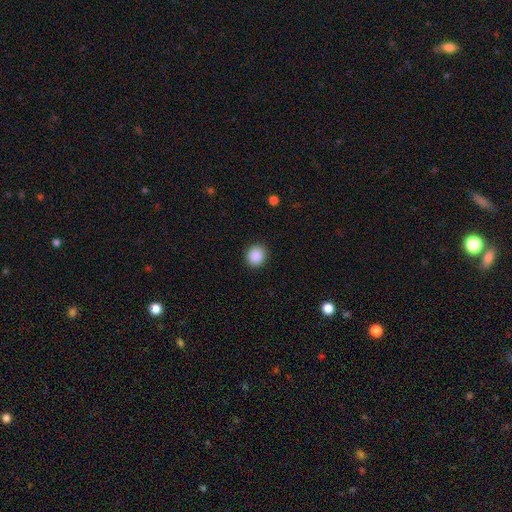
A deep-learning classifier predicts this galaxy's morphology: smooth-or-featured: smooth: 89% | star or artifact: 9% | featured or disk: 3%
  how-rounded: round: 85% | in between: 14% | cigar-shaped: 1%
  merging: none: 91% | minor disturbance: 6% | major disturbance: 2% | merger: 1%